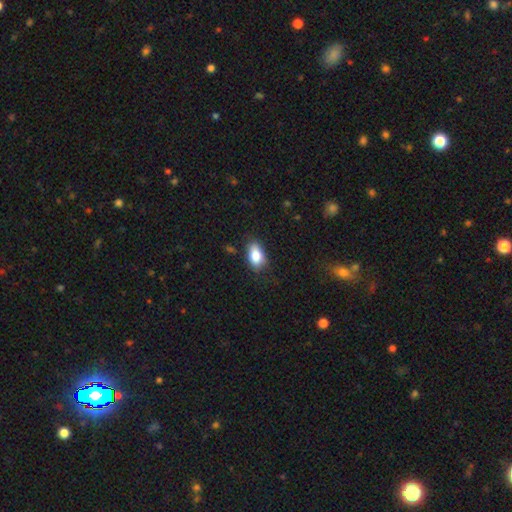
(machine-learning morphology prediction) smooth-or-featured: smooth: 85% | star or artifact: 8% | featured or disk: 8%
  how-rounded: in between: 90% | round: 8% | cigar-shaped: 3%
  merging: none: 77% | minor disturbance: 18% | major disturbance: 4% | merger: 1%